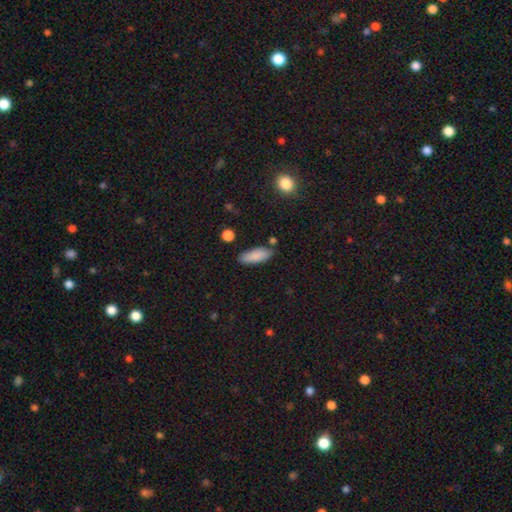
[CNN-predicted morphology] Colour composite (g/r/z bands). It shows a smooth galaxy with no disk features (87%) that is in between round and cigar-shaped (72%). Merging: none (81%).